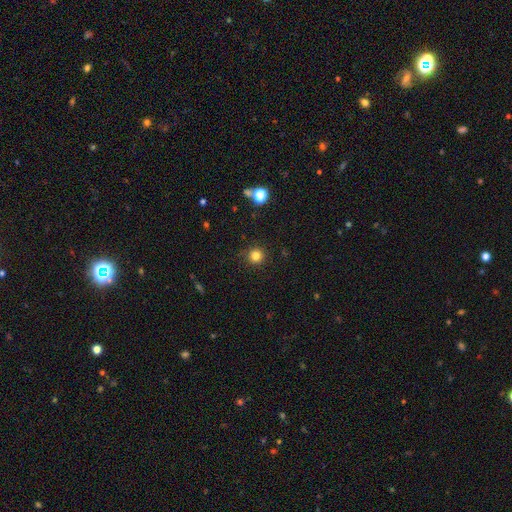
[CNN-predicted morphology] Overall: smooth (81%). How rounded: round (95%). Merging: none (89%).